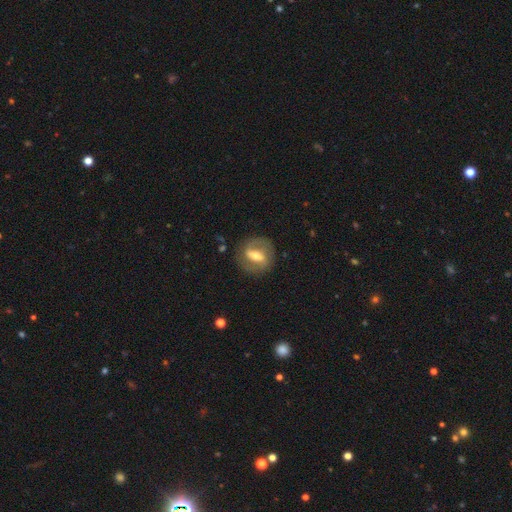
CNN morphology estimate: Smooth or featured?
  - featured or disk: 70% *
  - smooth: 24%
  - star or artifact: 6%
Edge-on disk?
  - no: 91% *
  - yes: 9%
Bar?
  - strong: 55% *
  - weak: 32%
  - no: 12%
Spiral arms?
  - yes: 69% *
  - no: 31%
Bulge size?
  - moderate: 63% *
  - small: 27%
  - large: 8%
  - none: 1%
  - dominant: 1%
Merging?
  - none: 81% *
  - minor disturbance: 12%
  - major disturbance: 6%
  - merger: 2%